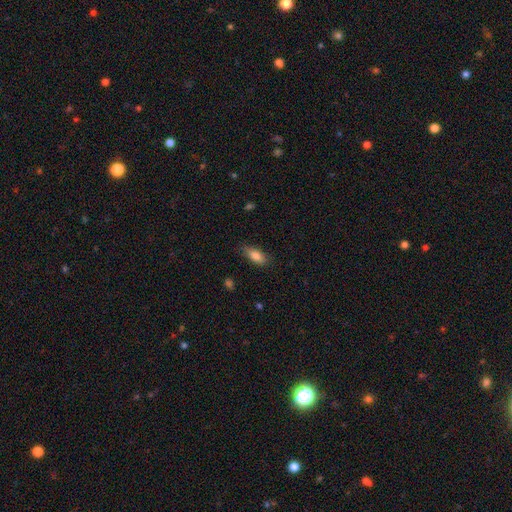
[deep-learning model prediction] Smooth or featured: smooth — 81% (featured or disk — 12%)
How rounded: in between — 76% (cigar-shaped — 22%)
Merging: none — 81% (minor disturbance — 15%)